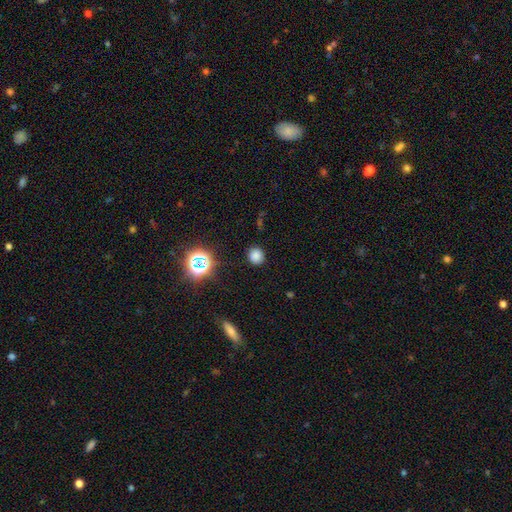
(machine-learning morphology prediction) Smooth or featured? Predicted: smooth (p=0.77). How rounded? Predicted: round (p=0.84). Merging? Predicted: none (p=0.88).